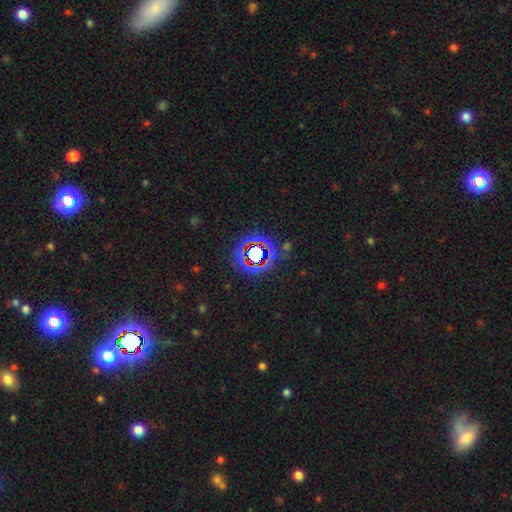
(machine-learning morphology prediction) Smooth or featured?
  - star or artifact: 72% *
  - smooth: 17%
  - featured or disk: 11%